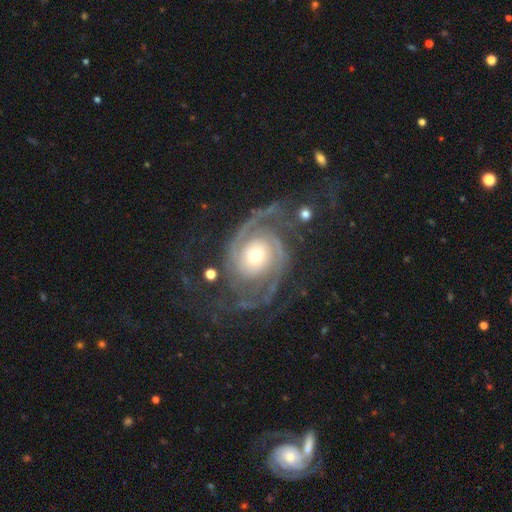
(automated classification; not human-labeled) This is clearly a featured or disk galaxy (90%). It is clearly not viewed edge-on (97%). Bar: likely no (76%). Spiral arm pattern: clearly yes (97%). Spiral arm count: possibly 2 (57%). Spiral winding: possibly tight (52%). Central bulge: likely moderate (62%). Merging: possibly none (60%).